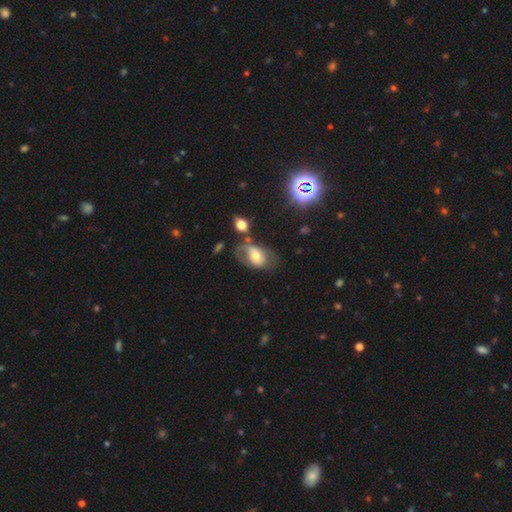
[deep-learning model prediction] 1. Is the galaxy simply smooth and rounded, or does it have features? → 45% featured or disk, 44% smooth, 10% star or artifact.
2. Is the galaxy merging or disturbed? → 45% none, 24% minor disturbance, 20% major disturbance, 10% merger.